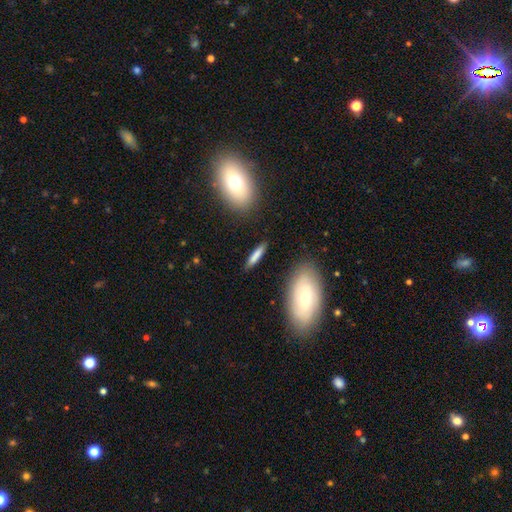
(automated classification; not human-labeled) This appears to be a smooth galaxy with no disk features (75%) that is cigar-shaped (76%). Merging: none (83%).